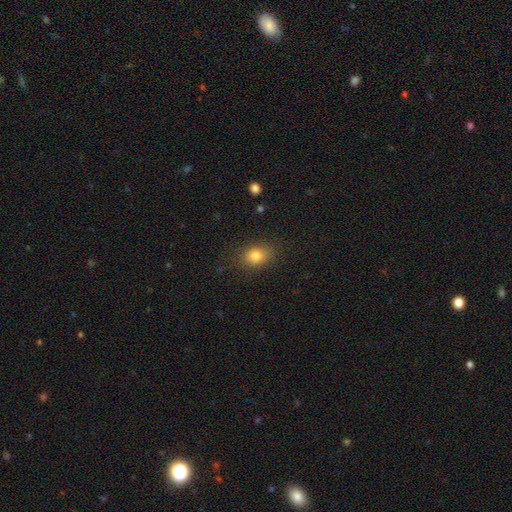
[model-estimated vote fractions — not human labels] A smooth galaxy with no disk features (82%) that is in between round and cigar-shaped (61%). Merging: none (81%).